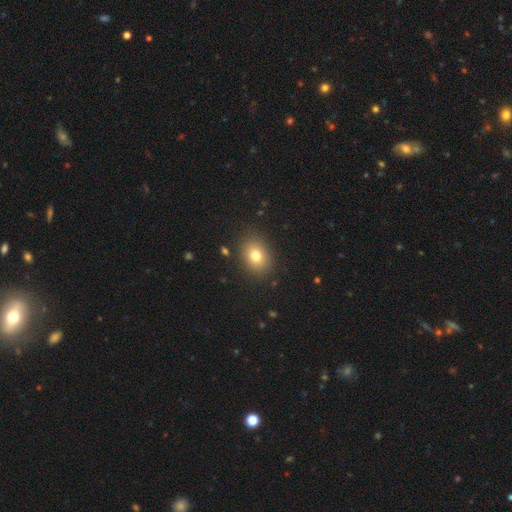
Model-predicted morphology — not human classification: smooth-or-featured: smooth: 78% | star or artifact: 11% | featured or disk: 11%
  how-rounded: in between: 64% | round: 35% | cigar-shaped: 1%
  merging: none: 87% | minor disturbance: 9% | major disturbance: 3% | merger: 1%